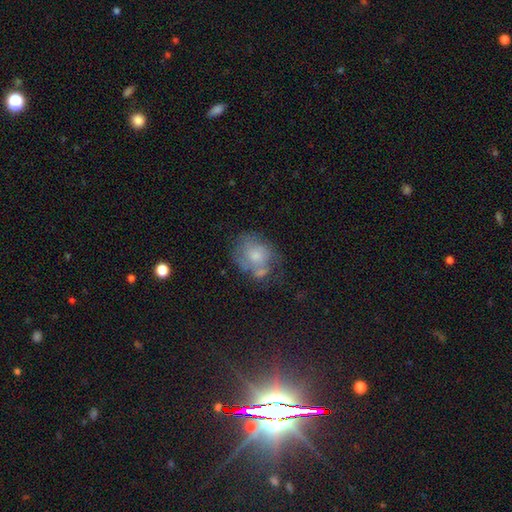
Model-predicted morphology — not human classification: smooth 48%, featured or disk 43%, star or artifact 9%. Down the decision tree: merging — none (38%).